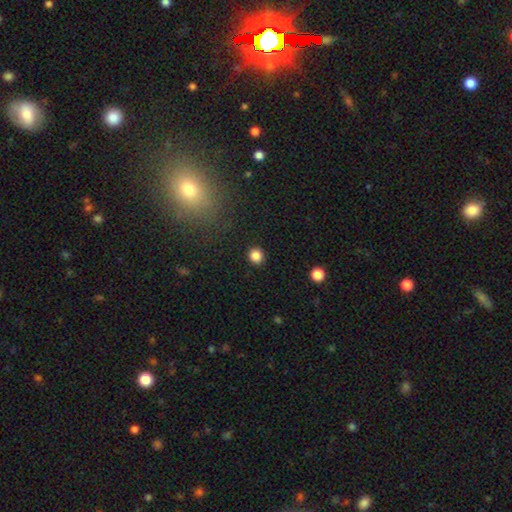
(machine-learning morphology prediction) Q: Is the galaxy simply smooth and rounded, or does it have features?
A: smooth — 85%.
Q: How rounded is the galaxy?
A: round — 89%.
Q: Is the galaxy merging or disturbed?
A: none — 91%.